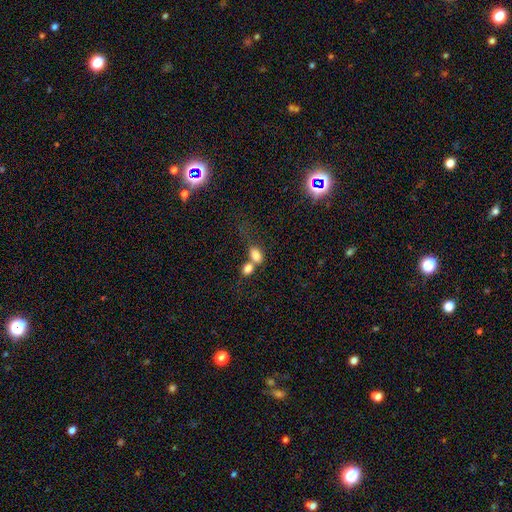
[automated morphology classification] Overall: smooth (79%). How rounded: in between (77%). Merging: merger (62%; none 23%).